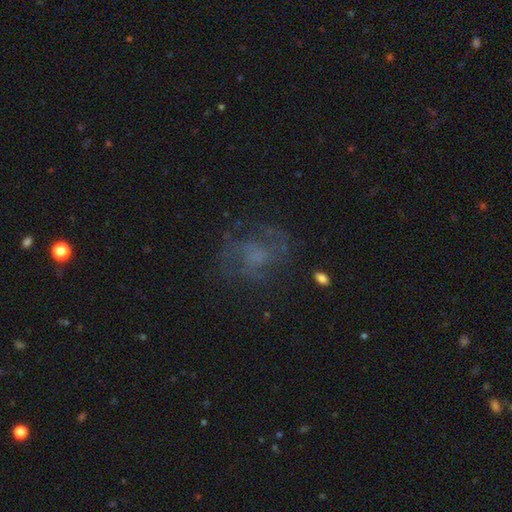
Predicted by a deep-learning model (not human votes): smooth-or-featured: featured or disk: 57% | smooth: 25% | star or artifact: 18%
  disk-edge-on: no: 97% | yes: 3%
    bar: no: 75% | weak: 22% | strong: 3%
    has-spiral-arms: yes: 69% | no: 31%
    bulge-size: none: 46% | small: 23% | moderate: 22% | large: 7% | dominant: 2%
  merging: none: 63% | major disturbance: 18% | minor disturbance: 17% | merger: 2%